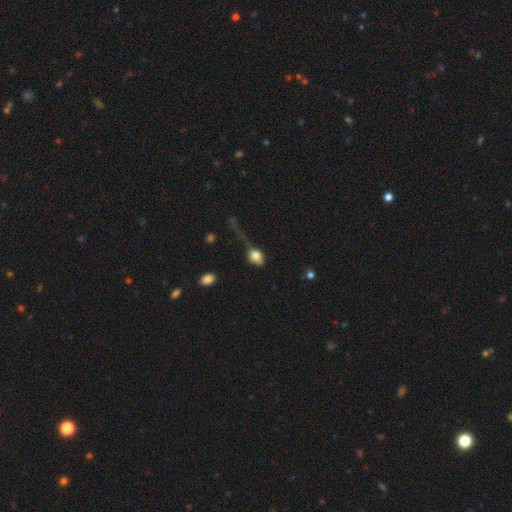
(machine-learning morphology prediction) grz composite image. It shows a smooth galaxy with no disk features (74%) that is in between round and cigar-shaped (57%). Merging: major disturbance (49%).